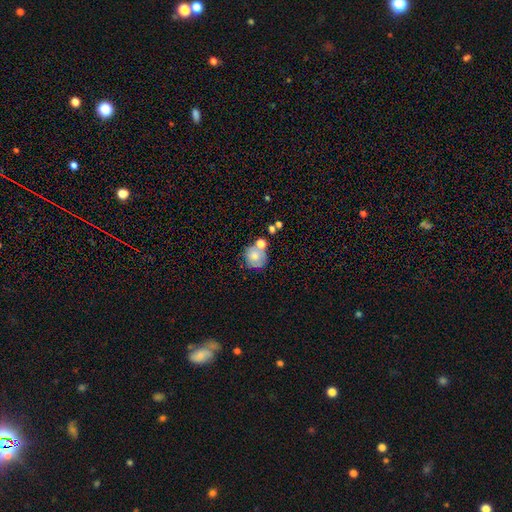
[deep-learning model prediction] Smooth or featured: smooth — 67% (featured or disk — 24%)
How rounded: round — 82% (in between — 17%)
Merging: none — 48% (merger — 26%)